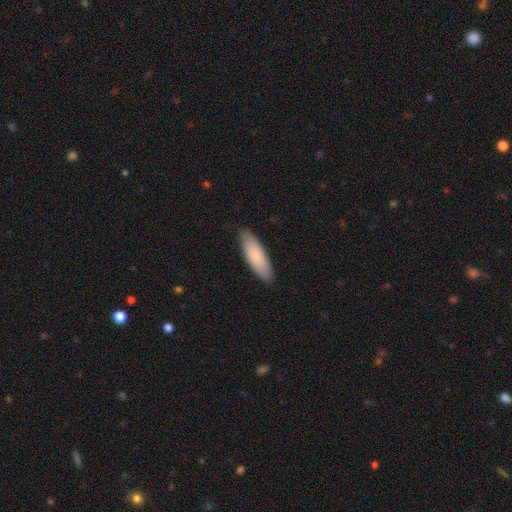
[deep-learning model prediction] smooth-or-featured: smooth: 83% | featured or disk: 11% | star or artifact: 5%
  how-rounded: in between: 54% | cigar-shaped: 44% | round: 1%
  merging: none: 86% | minor disturbance: 11% | major disturbance: 2% | merger: 1%